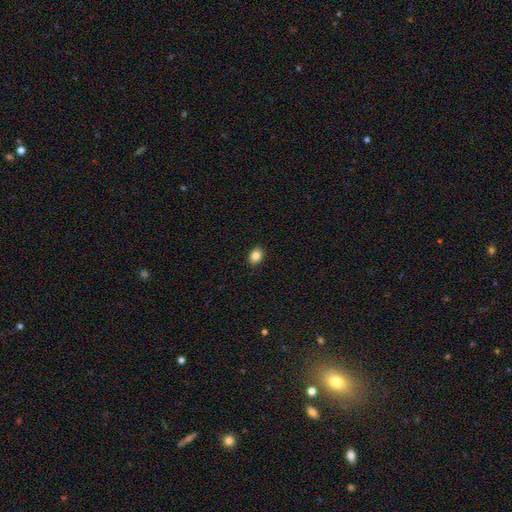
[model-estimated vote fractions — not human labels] smooth_or_featured: smooth (p=0.85) [alt: star or artifact p=0.09]
how_rounded: in between (p=0.64) [alt: round p=0.35]
merging: none (p=0.91) [alt: minor disturbance p=0.07]